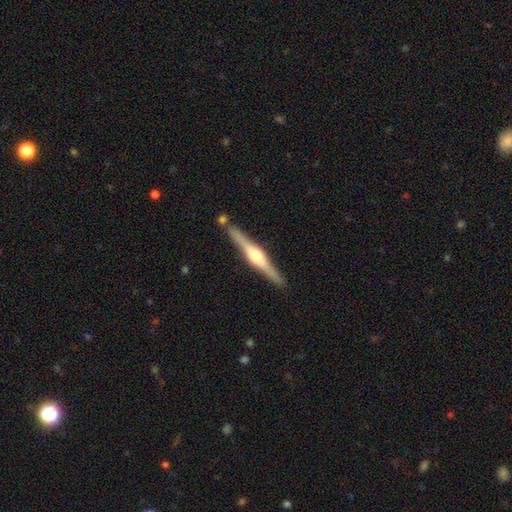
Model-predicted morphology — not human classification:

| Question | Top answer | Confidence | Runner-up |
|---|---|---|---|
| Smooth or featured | featured or disk | 78% | smooth (17%) |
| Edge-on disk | yes | 98% | no (2%) |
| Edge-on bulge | rounded | 89% | boxy (8%) |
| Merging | none | 85% | minor disturbance (9%) |